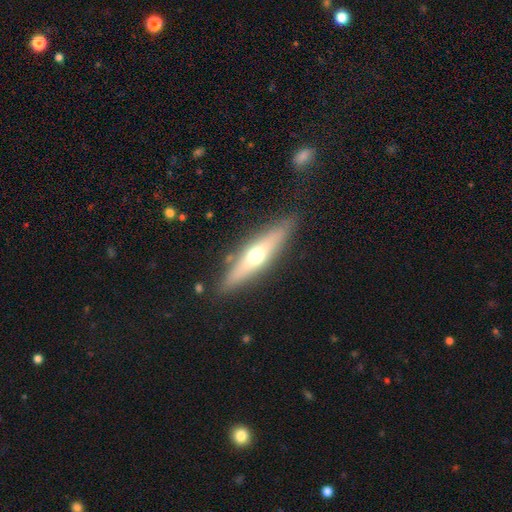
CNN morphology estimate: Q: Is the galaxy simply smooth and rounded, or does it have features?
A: featured or disk — 52%.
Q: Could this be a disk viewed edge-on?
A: yes — 87%.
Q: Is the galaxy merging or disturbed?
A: none — 87%.